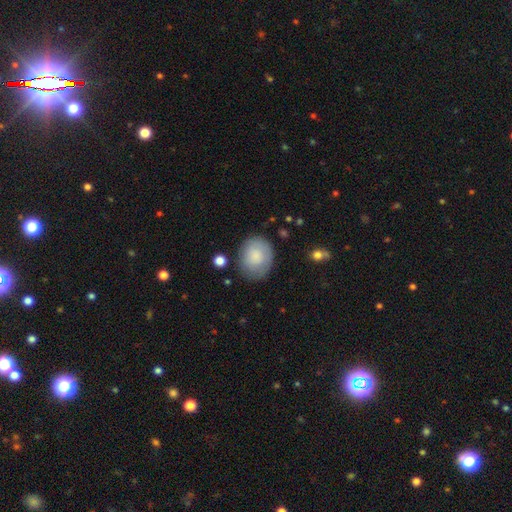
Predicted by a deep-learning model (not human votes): Smooth or featured: smooth — 80% (featured or disk — 14%)
How rounded: round — 50% (in between — 49%)
Merging: none — 73% (minor disturbance — 19%)